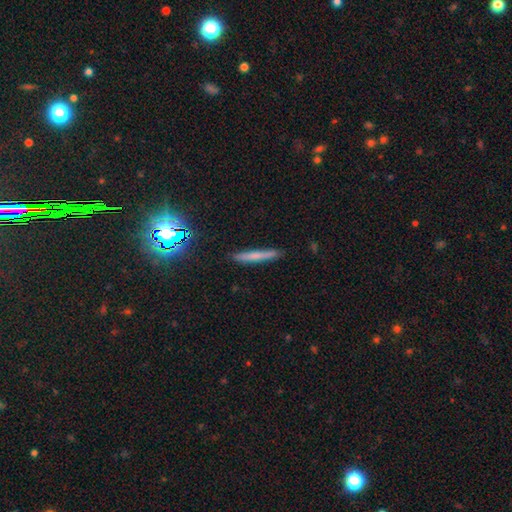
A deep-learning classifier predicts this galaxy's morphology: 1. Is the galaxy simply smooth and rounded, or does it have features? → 60% smooth, 27% featured or disk, 13% star or artifact.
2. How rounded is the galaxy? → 94% cigar-shaped, 3% in between, 2% round.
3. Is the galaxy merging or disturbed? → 88% none, 8% minor disturbance, 2% major disturbance, 1% merger.